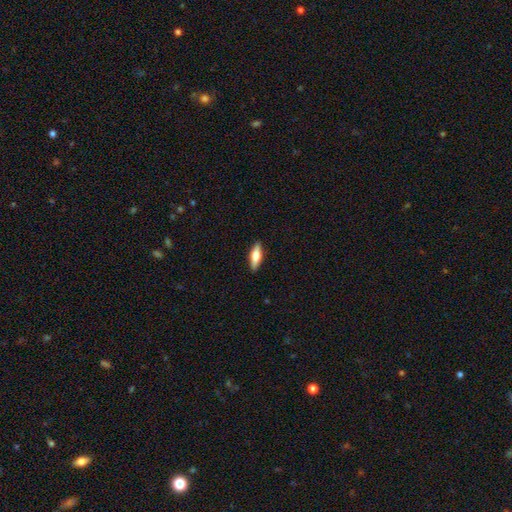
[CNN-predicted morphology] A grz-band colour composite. It shows a smooth galaxy with no disk features (56%) that is in between round and cigar-shaped (49%). Merging: none (90%).